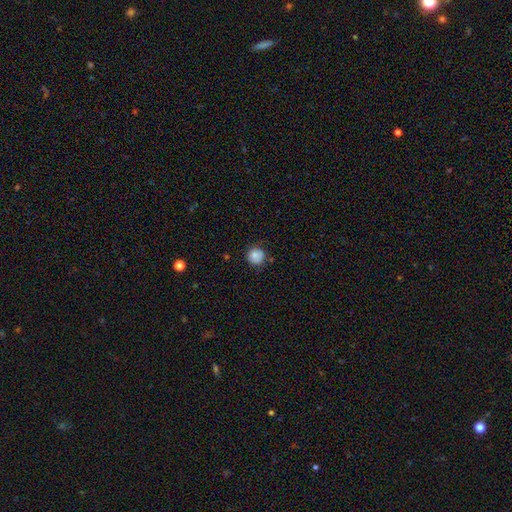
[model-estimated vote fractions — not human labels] Smooth or featured? smooth (82%)
How rounded? round (93%)
Merging? none (78%)